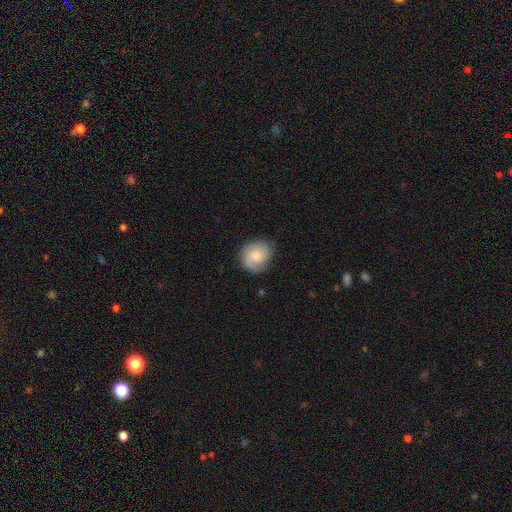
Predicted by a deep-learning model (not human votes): A smooth galaxy with no disk features (53%) that is round (74%). Merging: none (72%).